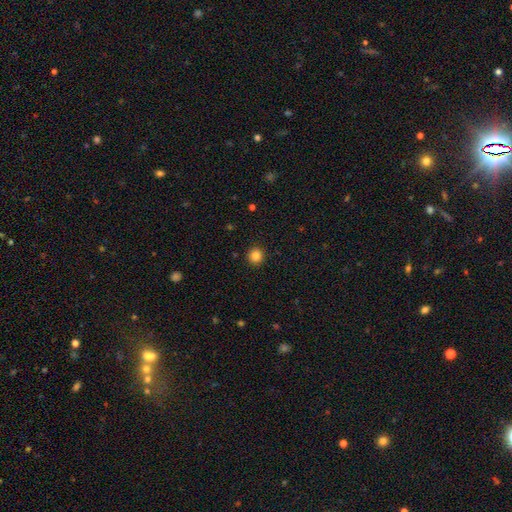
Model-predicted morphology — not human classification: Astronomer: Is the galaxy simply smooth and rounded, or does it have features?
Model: smooth — 84%.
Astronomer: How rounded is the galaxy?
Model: round — 94%.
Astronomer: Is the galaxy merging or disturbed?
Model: none — 93%.